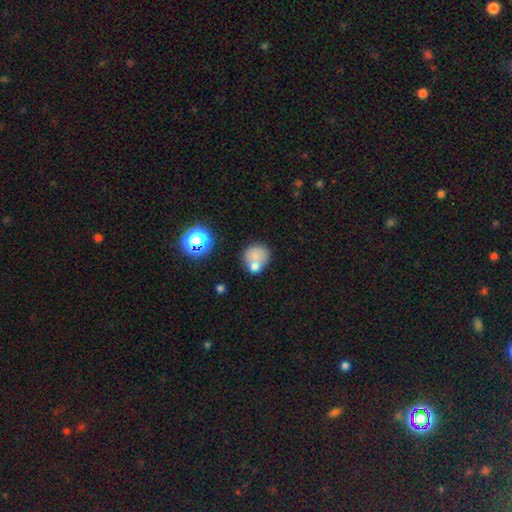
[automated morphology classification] Overall: smooth (72%). How rounded: round (81%). Merging: none (54%; merger 25%).